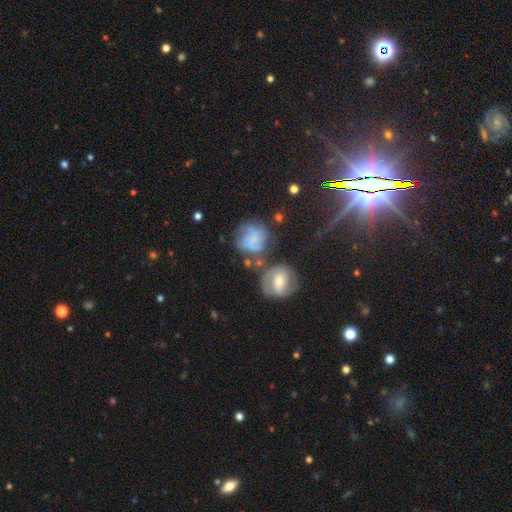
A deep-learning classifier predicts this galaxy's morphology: Overall: star or artifact (50%; featured or disk 32%).